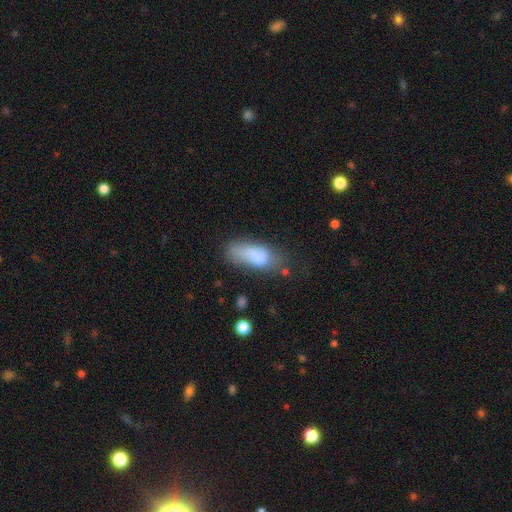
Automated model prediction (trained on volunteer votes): This appears to be a smooth galaxy with no disk features (75%) that is in between round and cigar-shaped (79%). Merging: none (39%).